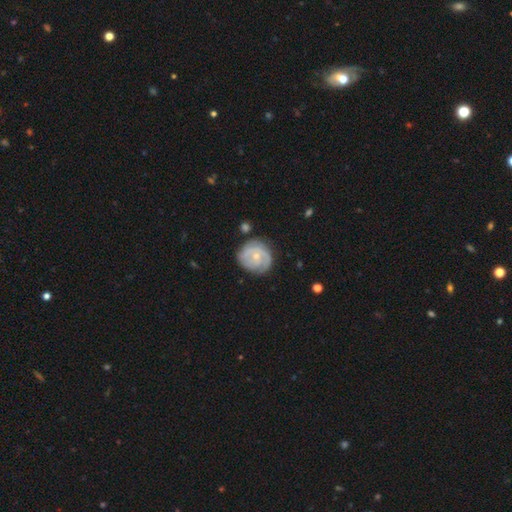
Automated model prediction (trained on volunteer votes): This appears to be a featured or disk galaxy (70%) with no bar (72%), can't tell (32%, tied with 2) tight (63%) spiral arms (85%) and a small central bulge (64%). Merging: none (70%).